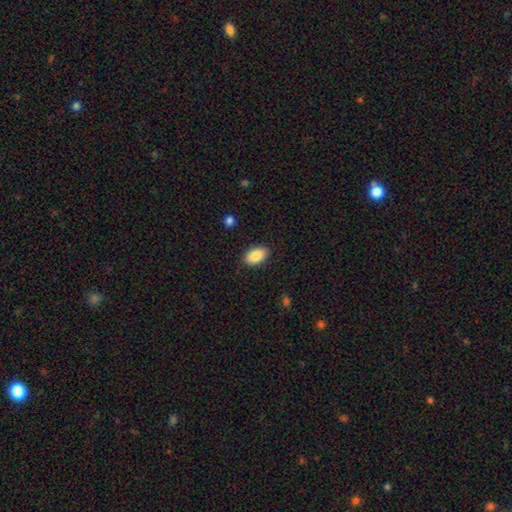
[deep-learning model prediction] Smooth or featured?
  - smooth: 89% *
  - star or artifact: 7%
  - featured or disk: 5%
How rounded?
  - in between: 94% *
  - round: 5%
  - cigar-shaped: 2%
Merging?
  - none: 89% *
  - minor disturbance: 8%
  - major disturbance: 2%
  - merger: 1%